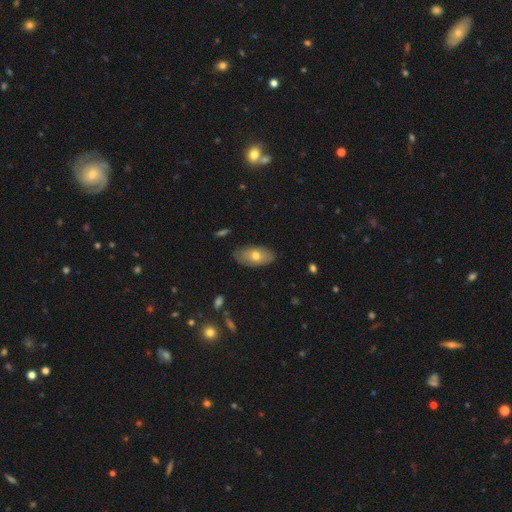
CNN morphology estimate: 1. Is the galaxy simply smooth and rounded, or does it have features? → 64% smooth, 30% featured or disk, 6% star or artifact.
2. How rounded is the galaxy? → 93% in between, 4% round, 3% cigar-shaped.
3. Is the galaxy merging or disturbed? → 82% none, 14% minor disturbance, 3% major disturbance, 1% merger.